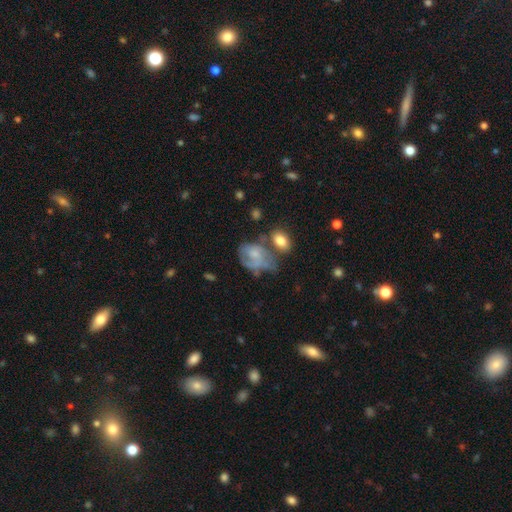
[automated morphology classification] This appears to be a featured or disk galaxy (51%). Merging: none (31%).